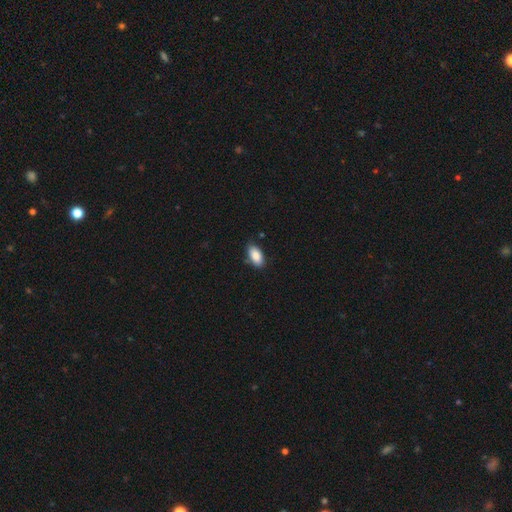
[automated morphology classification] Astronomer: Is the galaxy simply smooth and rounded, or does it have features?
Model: smooth — 87%.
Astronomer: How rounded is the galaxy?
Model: in between — 93%.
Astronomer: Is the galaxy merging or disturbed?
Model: none — 81%.